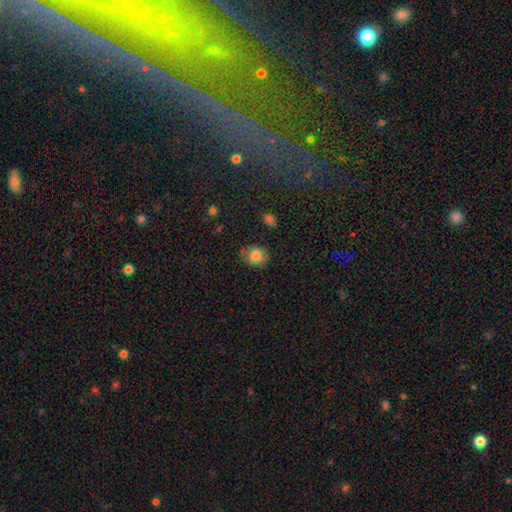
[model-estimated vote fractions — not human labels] smooth 82%, star or artifact 9%, featured or disk 9%. Down the decision tree: how rounded — round (65%); merging — none (77%).